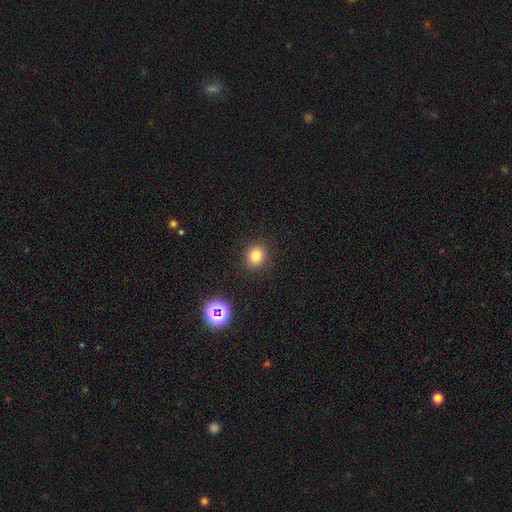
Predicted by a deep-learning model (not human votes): Morphology: type=smooth (79%); roundness=round (80%); merging=none (90%).